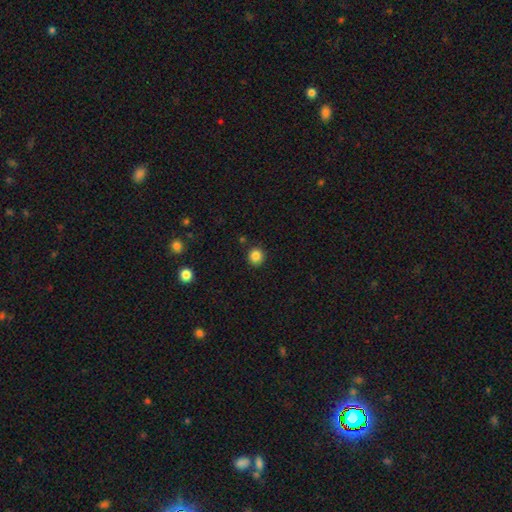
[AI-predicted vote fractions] Morphology: type=smooth (85%); roundness=round (92%); merging=none (90%).